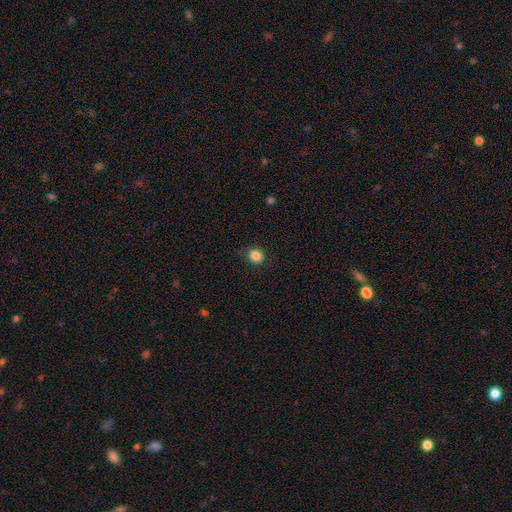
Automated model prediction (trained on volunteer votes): This appears to be a smooth galaxy with no disk features (86%) that is round (78%). Merging: none (86%).